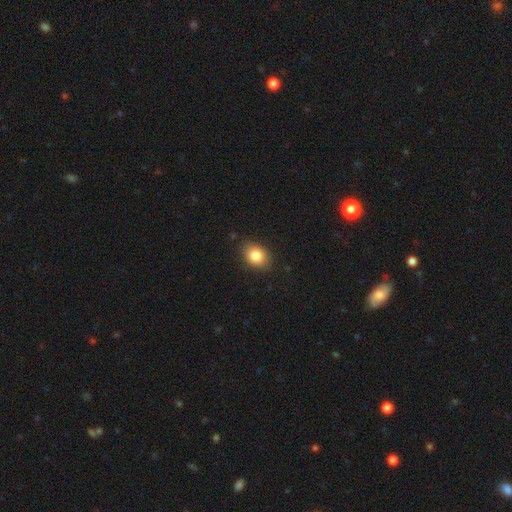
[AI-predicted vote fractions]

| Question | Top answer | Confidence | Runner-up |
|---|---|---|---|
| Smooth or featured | smooth | 83% | star or artifact (9%) |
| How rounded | in between | 62% | round (36%) |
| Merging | none | 84% | minor disturbance (12%) |